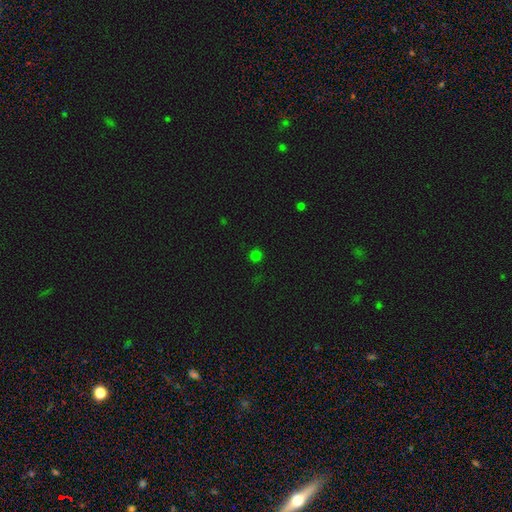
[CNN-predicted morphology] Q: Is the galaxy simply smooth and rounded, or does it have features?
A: smooth — 73%.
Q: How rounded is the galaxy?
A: round — 91%.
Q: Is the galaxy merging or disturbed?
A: none — 88%.